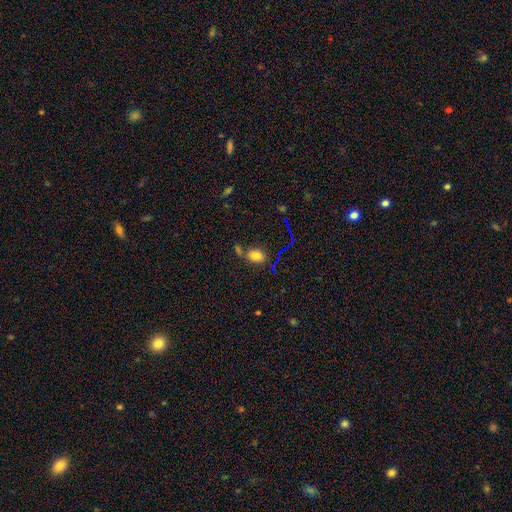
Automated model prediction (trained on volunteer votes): A smooth galaxy with no disk features (73%) that is in between round and cigar-shaped (86%).

Vote fractions:
- Smooth or featured? smooth: 73% / star or artifact: 18% / featured or disk: 9%
- How rounded? in between: 86% / round: 11% / cigar-shaped: 3%
- Merging? none: 57% / merger: 22% / minor disturbance: 15% / major disturbance: 6%